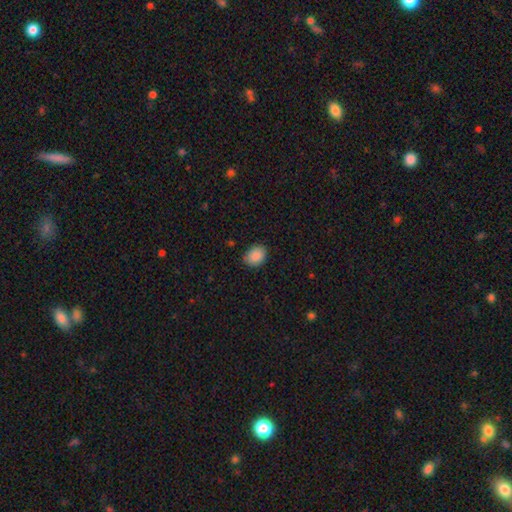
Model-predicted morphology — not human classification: Q: Smooth or featured?
A: smooth (89%); runner-up: star or artifact (8%)
Q: How rounded?
A: in between (59%); runner-up: round (40%)
Q: Merging?
A: none (84%); runner-up: minor disturbance (13%)